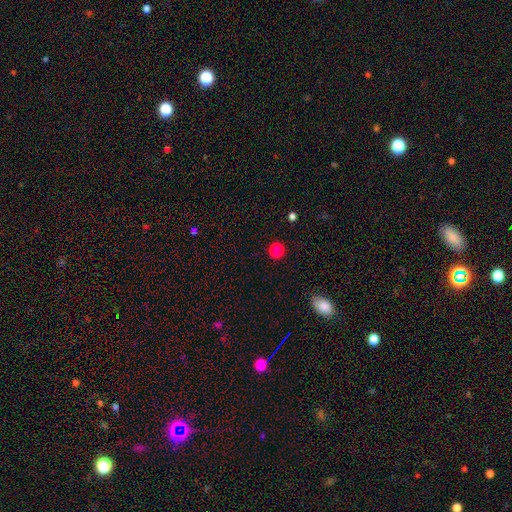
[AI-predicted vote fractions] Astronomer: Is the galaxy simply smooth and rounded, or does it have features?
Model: smooth — 75%.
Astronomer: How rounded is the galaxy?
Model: round — 92%.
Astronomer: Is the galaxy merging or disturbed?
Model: none — 92%.